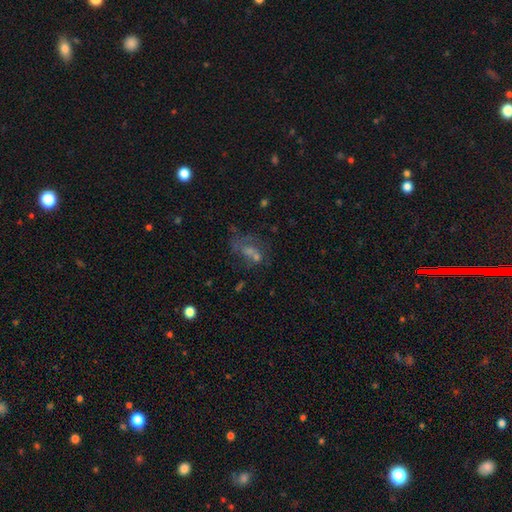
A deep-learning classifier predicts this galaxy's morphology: This appears to be a featured or disk galaxy (41%). Merging: none (37%).